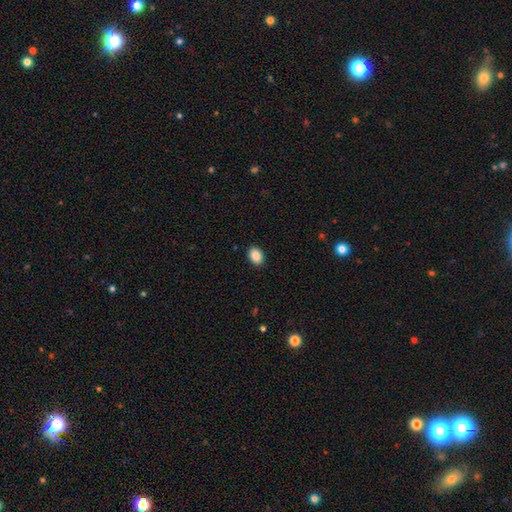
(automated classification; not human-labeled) A smooth galaxy with no disk features (88%) that is in between round and cigar-shaped (71%).

Vote fractions:
- Smooth or featured? smooth: 88% / star or artifact: 8% / featured or disk: 4%
- How rounded? in between: 71% / round: 28% / cigar-shaped: 1%
- Merging? none: 91% / minor disturbance: 7% / major disturbance: 2% / merger: 1%